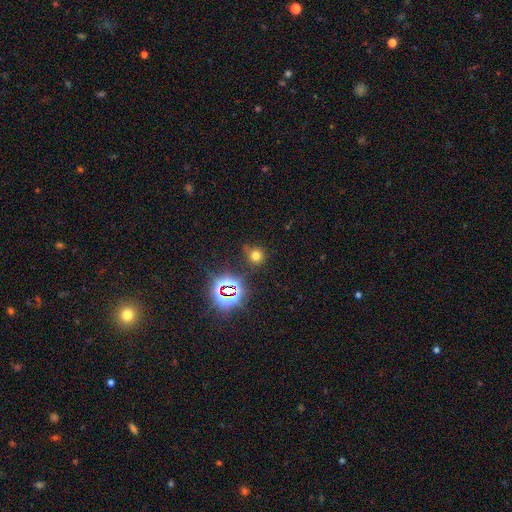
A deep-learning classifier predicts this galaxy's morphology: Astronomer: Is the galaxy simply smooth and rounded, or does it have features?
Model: smooth — 63%.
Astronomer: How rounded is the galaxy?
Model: round — 89%.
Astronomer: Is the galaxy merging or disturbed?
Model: none — 75%.